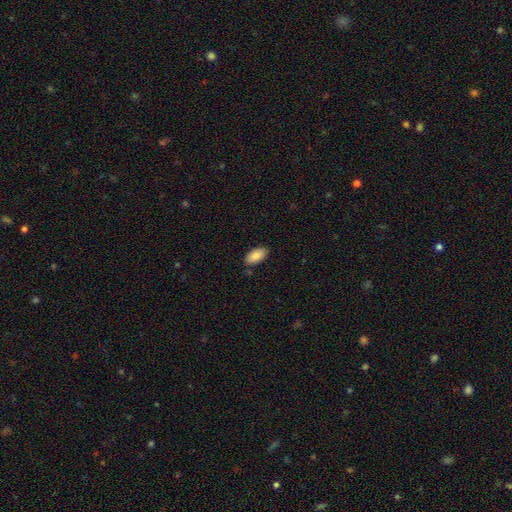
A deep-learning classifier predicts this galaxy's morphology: Smooth or featured? smooth (88%)
How rounded? in between (94%)
Merging? none (82%)